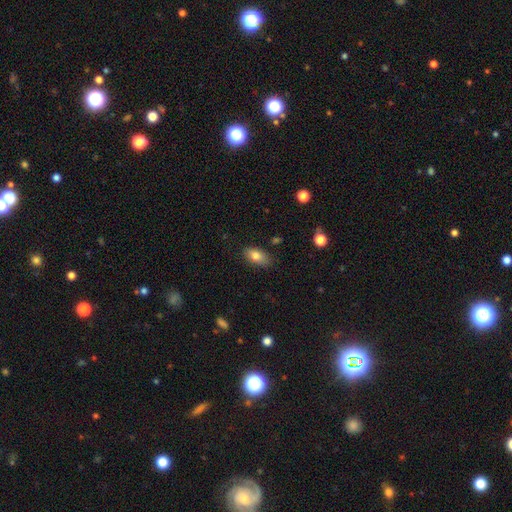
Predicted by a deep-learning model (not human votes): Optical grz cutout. It shows a smooth galaxy with no disk features (79%) that is in between round and cigar-shaped (90%). Merging: none (82%).